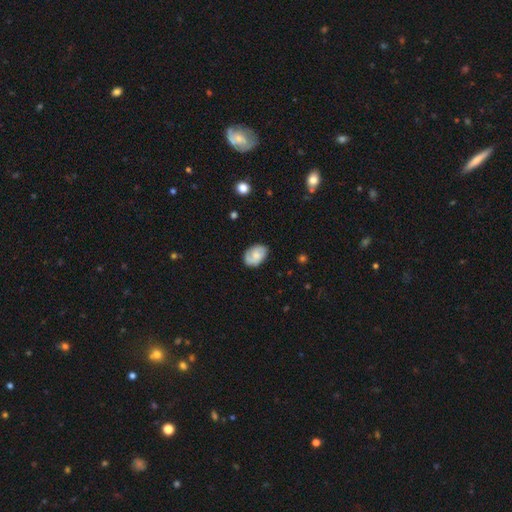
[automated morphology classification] smooth 52%, featured or disk 41%, star or artifact 7%. Down the decision tree: how rounded — in between (84%); merging — none (74%).